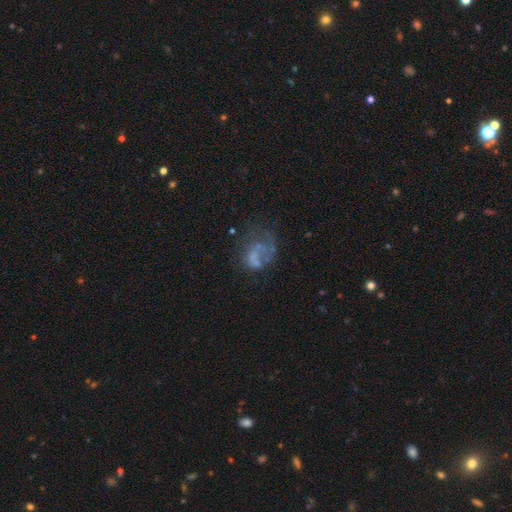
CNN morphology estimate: Smooth or featured: featured or disk — 52% (smooth — 32%)
Edge-on disk: no — 98% (yes — 2%)
Bar: no — 88% (weak — 10%)
Spiral arms: no — 79% (yes — 21%)
Bulge size: none — 72% (small — 13%)
Merging: major disturbance — 40% (none — 31%)